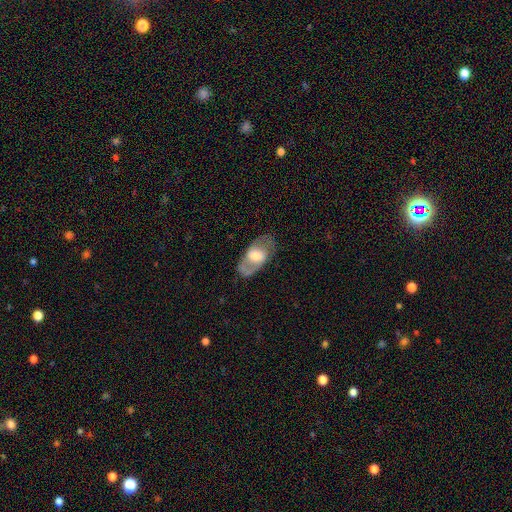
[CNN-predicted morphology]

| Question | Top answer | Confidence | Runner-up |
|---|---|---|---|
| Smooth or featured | featured or disk | 60% | smooth (34%) |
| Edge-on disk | no | 89% | yes (11%) |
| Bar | no | 49% | weak (37%) |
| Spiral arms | yes | 59% | no (41%) |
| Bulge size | moderate | 50% | large (28%) |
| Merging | none | 75% | minor disturbance (15%) |